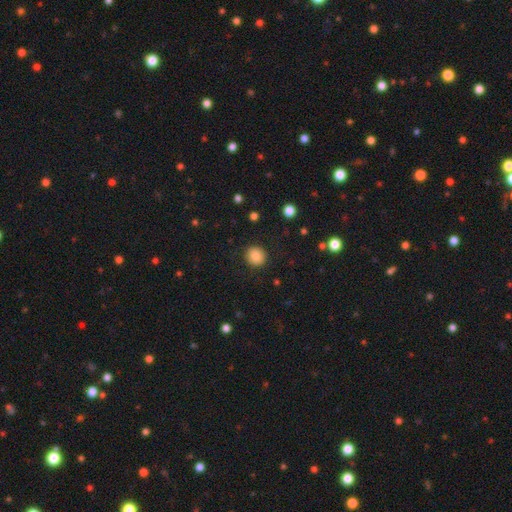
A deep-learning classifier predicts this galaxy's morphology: A smooth galaxy with no disk features (83%) that is round (90%).

Vote fractions:
- Smooth or featured? smooth: 83% / star or artifact: 10% / featured or disk: 7%
- How rounded? round: 90% / in between: 9% / cigar-shaped: 1%
- Merging? none: 90% / minor disturbance: 6% / major disturbance: 2% / merger: 1%